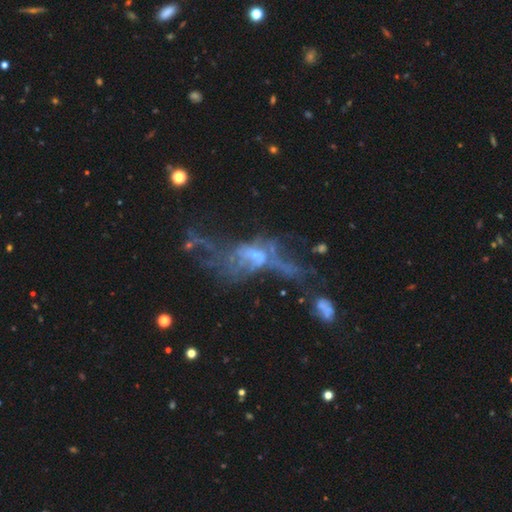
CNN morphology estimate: type=featured or disk (65%); edge-on=no (91%); bar=no (78%); spiral arms=no (70%); bulge=small (51%); merging=major disturbance (45%).